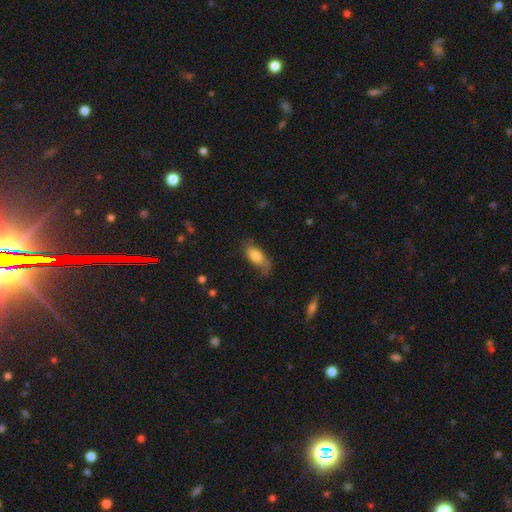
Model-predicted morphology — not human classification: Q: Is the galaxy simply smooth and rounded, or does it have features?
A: smooth — 74%.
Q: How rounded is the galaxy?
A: in between — 87%.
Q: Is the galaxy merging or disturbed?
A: none — 50%.